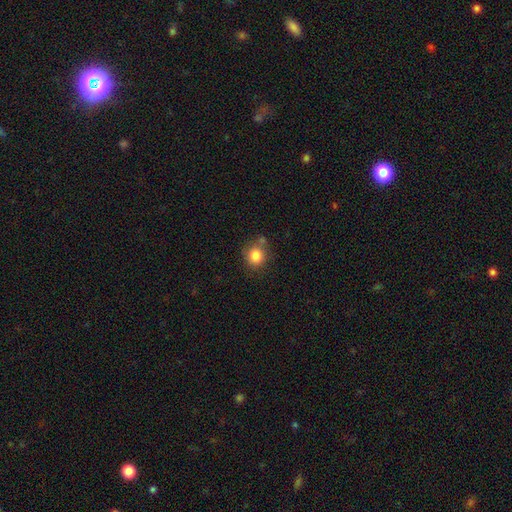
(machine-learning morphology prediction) smooth_or_featured: smooth (p=0.84) [alt: star or artifact p=0.10]
how_rounded: round (p=0.86) [alt: in between p=0.13]
merging: none (p=0.67) [alt: minor disturbance p=0.16]